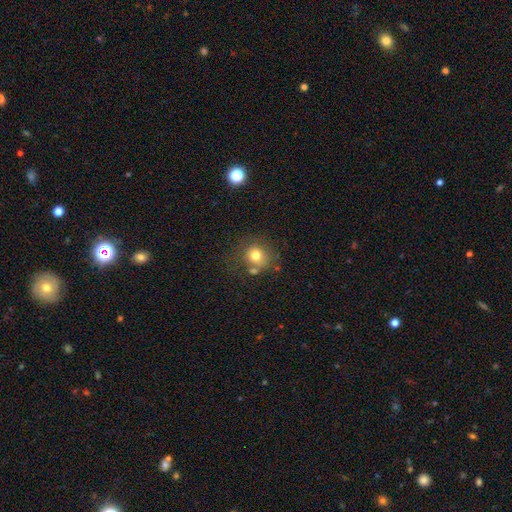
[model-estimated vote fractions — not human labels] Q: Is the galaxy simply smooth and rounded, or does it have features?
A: smooth — 74%.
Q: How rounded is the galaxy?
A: round — 84%.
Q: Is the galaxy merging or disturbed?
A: none — 62%.